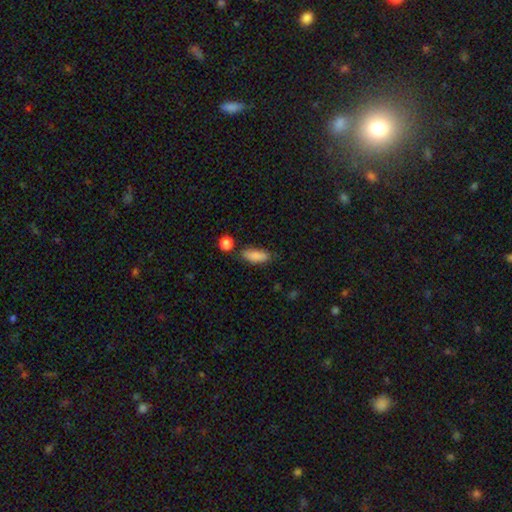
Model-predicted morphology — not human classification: Smooth or featured? Predicted: smooth (p=0.86). How rounded? Predicted: in between (p=0.73). Merging? Predicted: none (p=0.73).